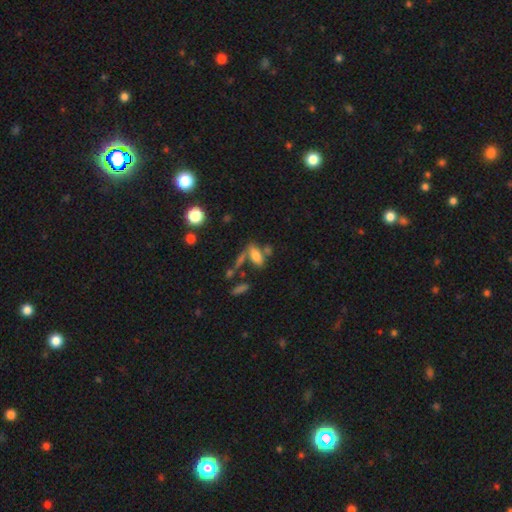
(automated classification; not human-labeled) Smooth or featured?
  - smooth: 70% *
  - featured or disk: 18%
  - star or artifact: 12%
How rounded?
  - in between: 75% *
  - cigar-shaped: 20%
  - round: 5%
Merging?
  - none: 48% *
  - merger: 26%
  - minor disturbance: 16%
  - major disturbance: 10%